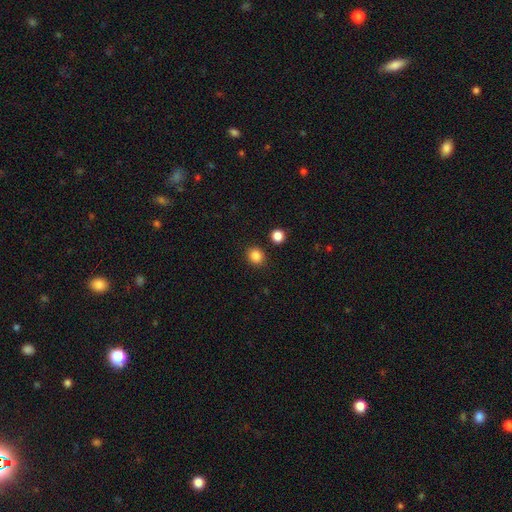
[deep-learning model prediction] Smooth or featured: smooth — 85% (star or artifact — 11%)
How rounded: round — 79% (in between — 20%)
Merging: none — 88% (minor disturbance — 7%)